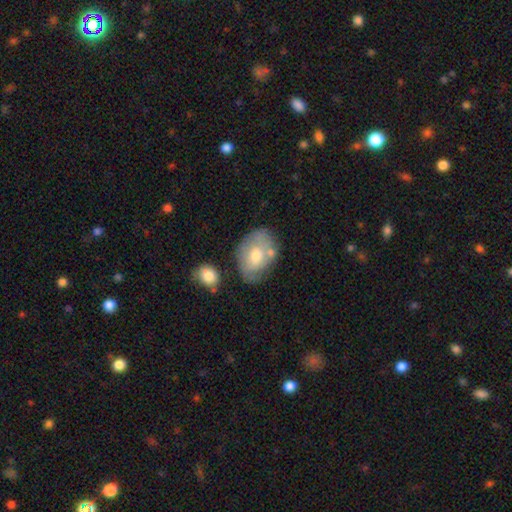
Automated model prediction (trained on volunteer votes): Smooth or featured: smooth — 61% (featured or disk — 33%)
How rounded: in between — 81% (round — 18%)
Merging: none — 55% (minor disturbance — 24%)